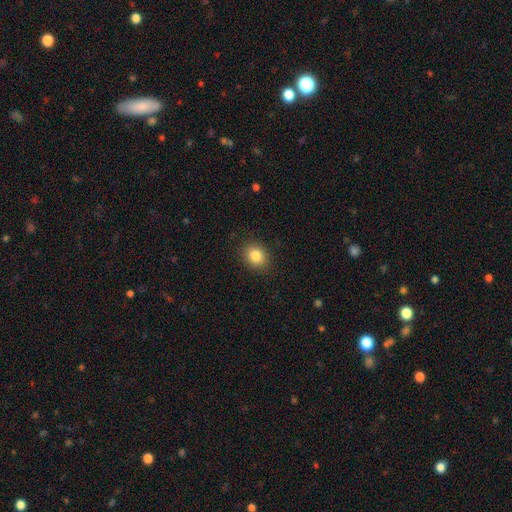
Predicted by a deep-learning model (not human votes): Morphology: type=smooth (84%); roundness=in between (50%); merging=none (88%).